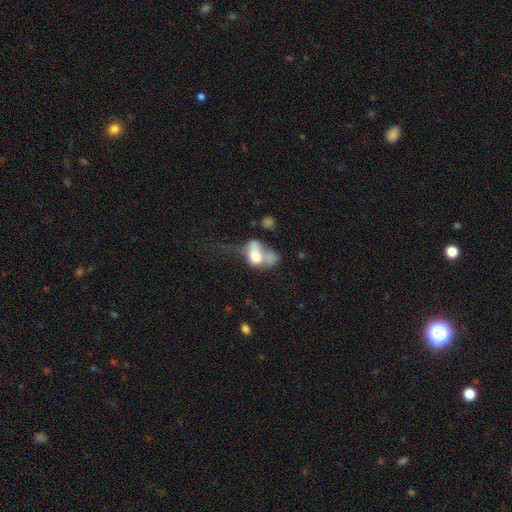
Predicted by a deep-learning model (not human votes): This is possibly a smooth galaxy (59%). How rounded: likely in between (74%). Merging: possibly merger (46%).